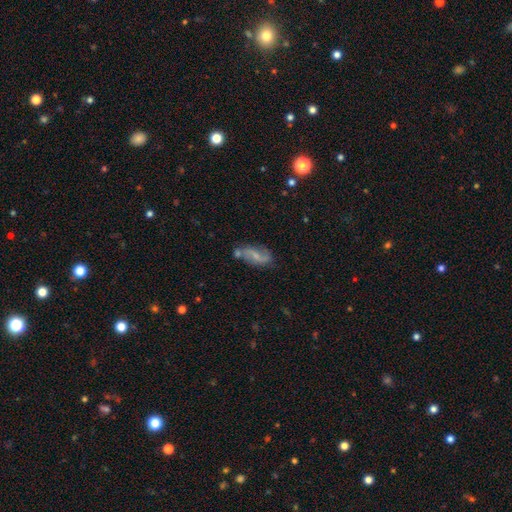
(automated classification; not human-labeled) Smooth or featured? featured or disk (66%)
Edge-on disk? no (94%)
Bar? weak (45%)
Spiral arms? yes (88%)
Spiral winding? loose (64%)
Spiral arm count? 2 (88%)
Bulge size? small (56%)
Merging? none (59%)